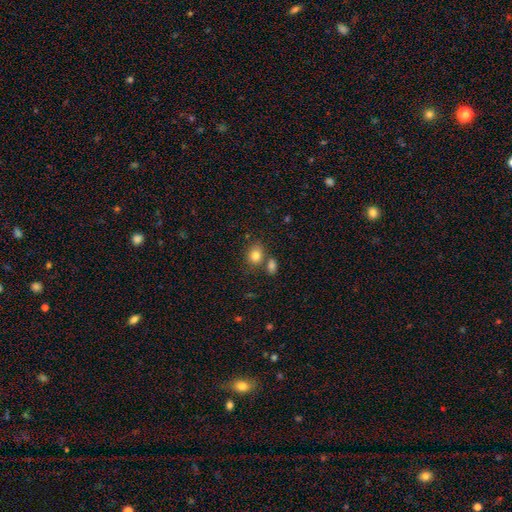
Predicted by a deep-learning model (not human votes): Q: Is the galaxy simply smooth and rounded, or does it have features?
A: smooth — 82%.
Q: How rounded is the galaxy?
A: in between — 51%.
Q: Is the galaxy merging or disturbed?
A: none — 62%.